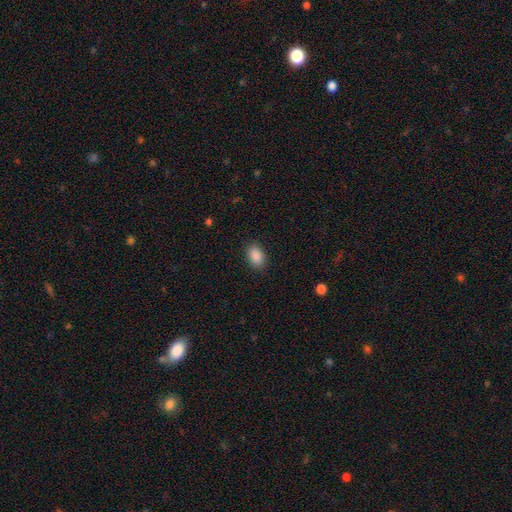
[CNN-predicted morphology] Smooth or featured?
  - smooth: 89% *
  - star or artifact: 8%
  - featured or disk: 3%
How rounded?
  - in between: 89% *
  - round: 10%
  - cigar-shaped: 1%
Merging?
  - none: 88% *
  - minor disturbance: 8%
  - major disturbance: 2%
  - merger: 1%